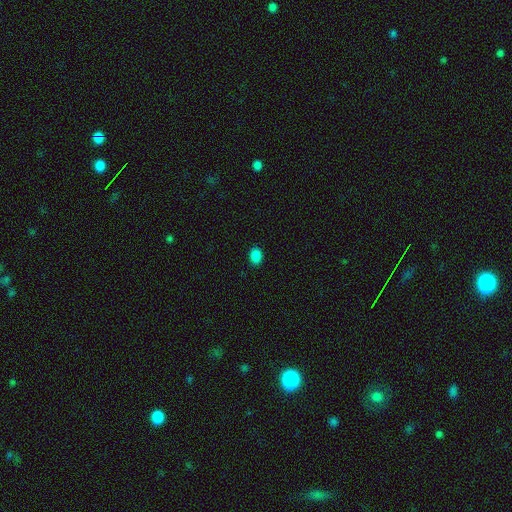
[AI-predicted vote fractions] Smooth or featured? Predicted: smooth (p=0.86). How rounded? Predicted: in between (p=0.70). Merging? Predicted: none (p=0.90).